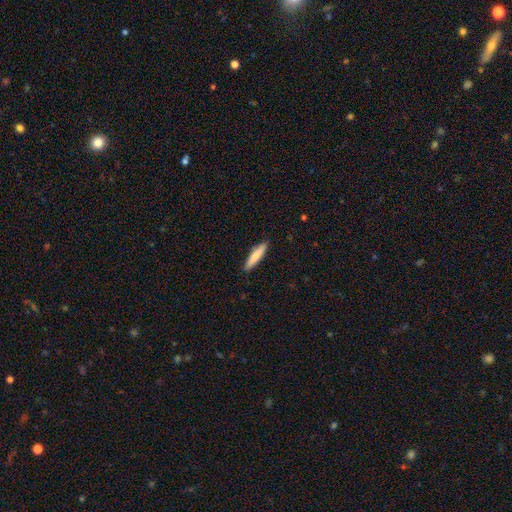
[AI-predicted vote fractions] A smooth galaxy with no disk features (82%) that is cigar-shaped (85%).

Vote fractions:
- Smooth or featured? smooth: 82% / featured or disk: 12% / star or artifact: 5%
- How rounded? cigar-shaped: 85% / in between: 13% / round: 1%
- Merging? none: 90% / minor disturbance: 8% / major disturbance: 2% / merger: 1%